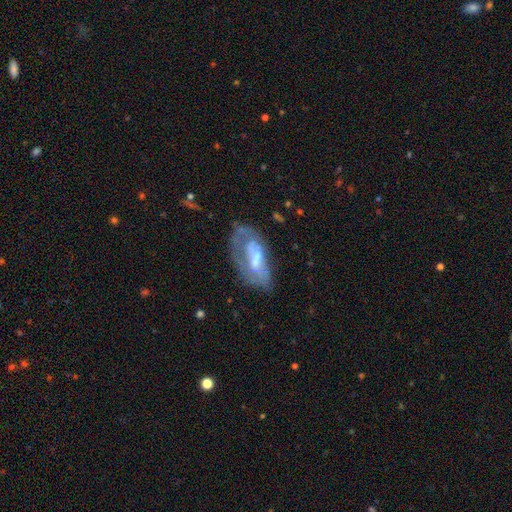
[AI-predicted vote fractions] Q: Smooth or featured?
A: featured or disk (60%); runner-up: smooth (32%)
Q: Edge-on disk?
A: no (90%); runner-up: yes (10%)
Q: Bar?
A: no (56%); runner-up: weak (32%)
Q: Spiral arms?
A: no (60%); runner-up: yes (40%)
Q: Bulge size?
A: small (40%); runner-up: moderate (38%)
Q: Merging?
A: none (42%); runner-up: minor disturbance (26%)